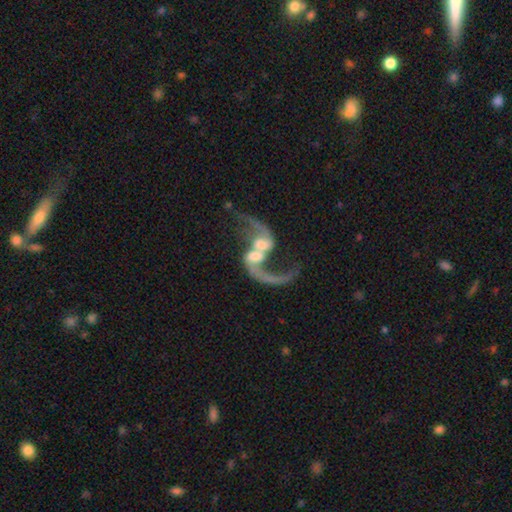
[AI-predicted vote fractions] Q: Smooth or featured?
A: featured or disk (84%); runner-up: smooth (9%)
Q: Edge-on disk?
A: no (97%); runner-up: yes (3%)
Q: Bar?
A: weak (39%); runner-up: no (37%)
Q: Spiral arms?
A: yes (90%); runner-up: no (10%)
Q: Spiral winding?
A: loose (90%); runner-up: medium (8%)
Q: Spiral arm count?
A: 2 (87%); runner-up: 1 (7%)
Q: Bulge size?
A: moderate (42%); runner-up: small (26%)
Q: Merging?
A: merger (58%); runner-up: none (23%)